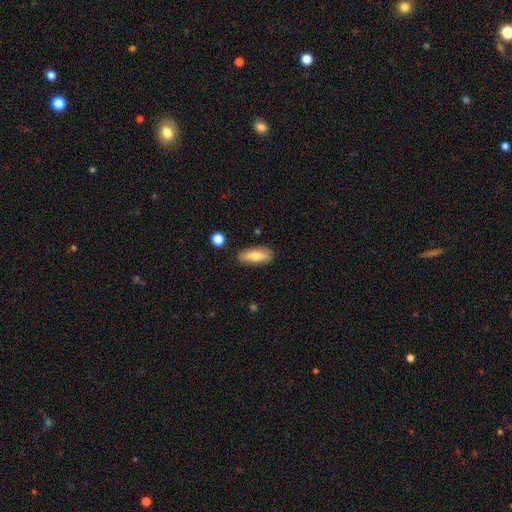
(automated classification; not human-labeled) Smooth or featured: smooth — 66% (featured or disk — 27%)
How rounded: in between — 70% (cigar-shaped — 27%)
Merging: none — 82% (minor disturbance — 13%)